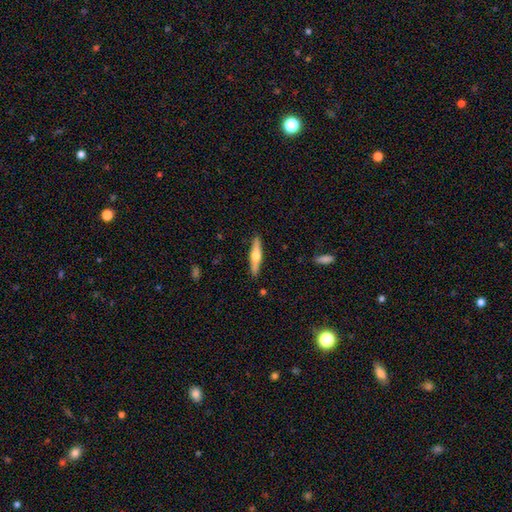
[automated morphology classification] smooth-or-featured: featured or disk: 58% | smooth: 37% | star or artifact: 5%
  disk-edge-on: yes: 96% | no: 4%
    edge-on-bulge: rounded: 94% | none: 3% | boxy: 3%
  merging: none: 90% | minor disturbance: 7% | major disturbance: 1% | merger: 1%